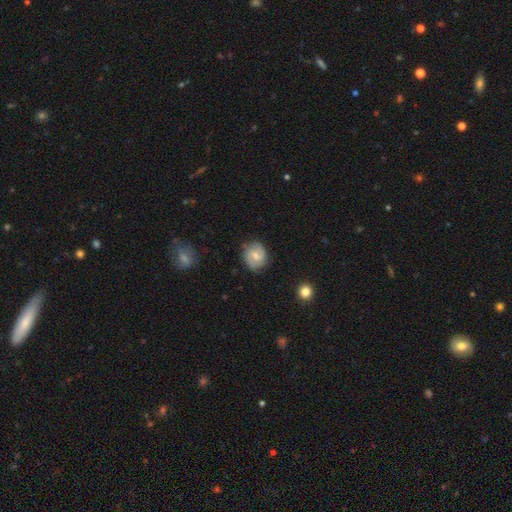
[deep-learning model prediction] Smooth or featured? featured or disk (60%)
Edge-on disk? no (98%)
Bar? weak (54%)
Spiral arms? yes (90%)
Spiral winding? medium (45%)
Spiral arm count? 2 (81%)
Bulge size? moderate (47%)
Merging? none (78%)